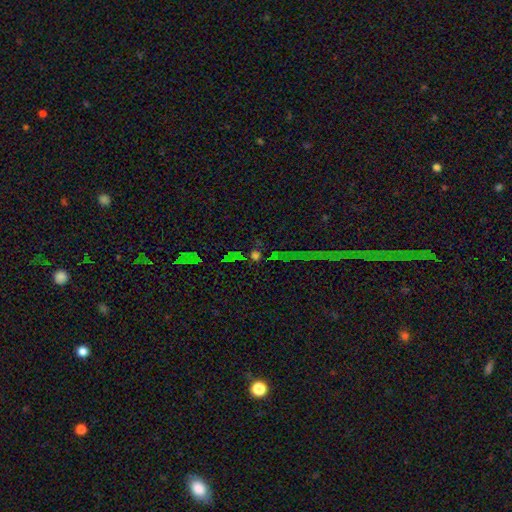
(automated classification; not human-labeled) A star or artifact, not a galaxy (75%).